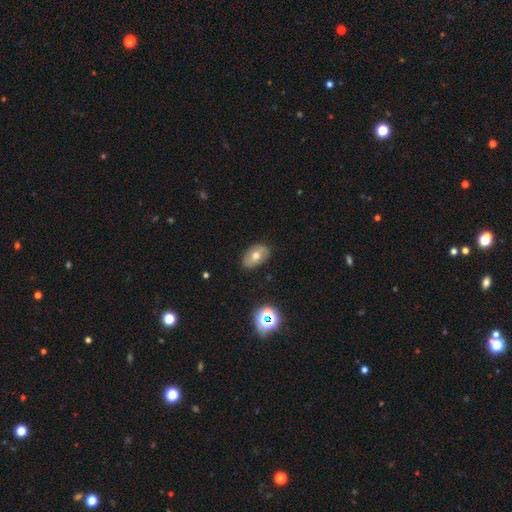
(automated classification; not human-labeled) This is possibly a smooth galaxy (59%). How rounded: clearly in between (86%). Merging: clearly none (83%).